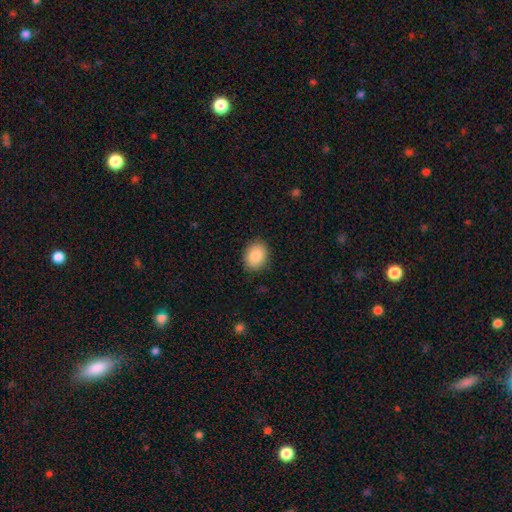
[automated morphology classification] type=smooth (87%); roundness=in between (59%); merging=none (88%).